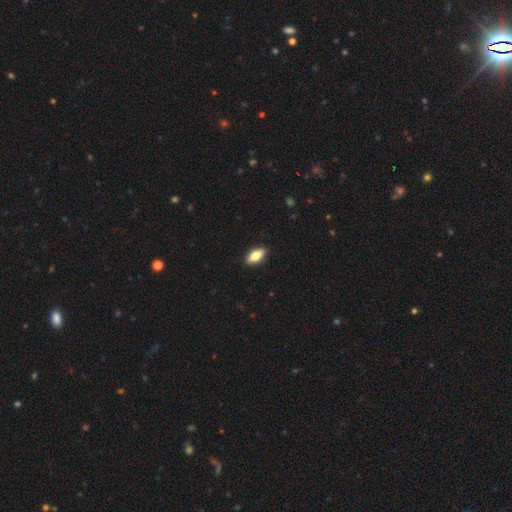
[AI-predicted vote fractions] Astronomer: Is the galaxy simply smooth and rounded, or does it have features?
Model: smooth — 76%.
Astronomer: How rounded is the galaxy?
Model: in between — 82%.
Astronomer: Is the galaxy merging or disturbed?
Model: none — 89%.